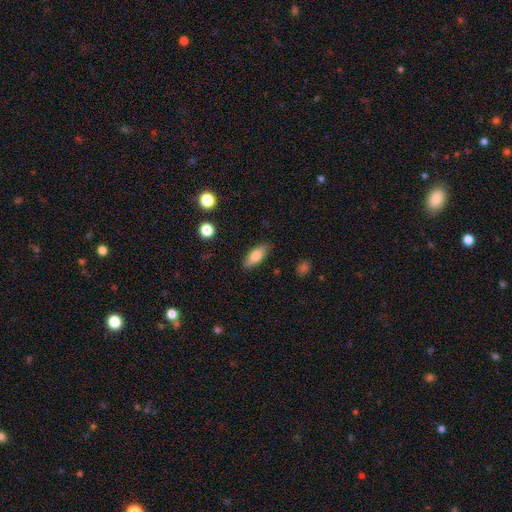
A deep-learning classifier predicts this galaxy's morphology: type=smooth (76%); roundness=in between (75%); merging=none (85%).